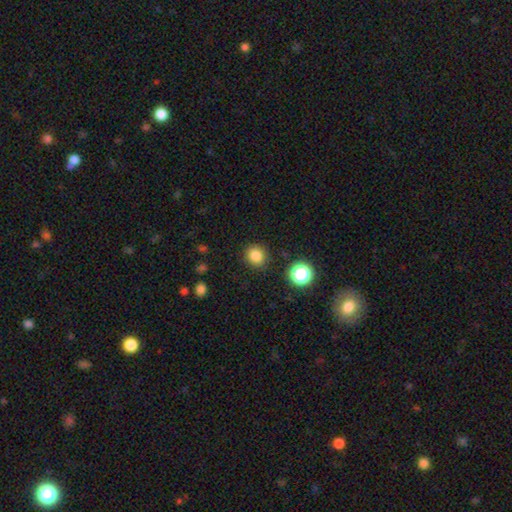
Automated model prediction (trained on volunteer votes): Smooth or featured: smooth — 83% (star or artifact — 13%)
How rounded: round — 88% (in between — 11%)
Merging: none — 88% (minor disturbance — 7%)